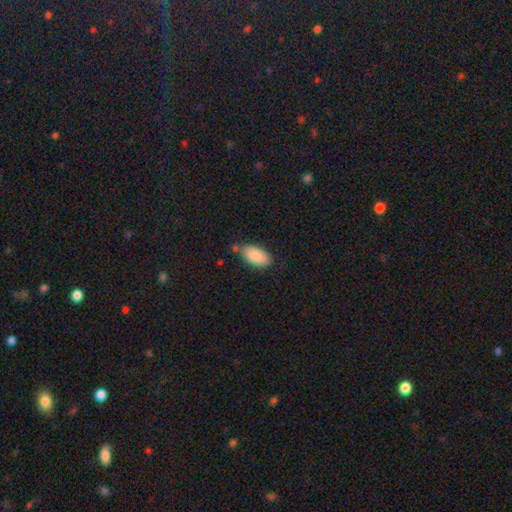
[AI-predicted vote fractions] Q: Smooth or featured?
A: smooth (87%); runner-up: star or artifact (7%)
Q: How rounded?
A: in between (94%); runner-up: cigar-shaped (3%)
Q: Merging?
A: none (70%); runner-up: minor disturbance (19%)